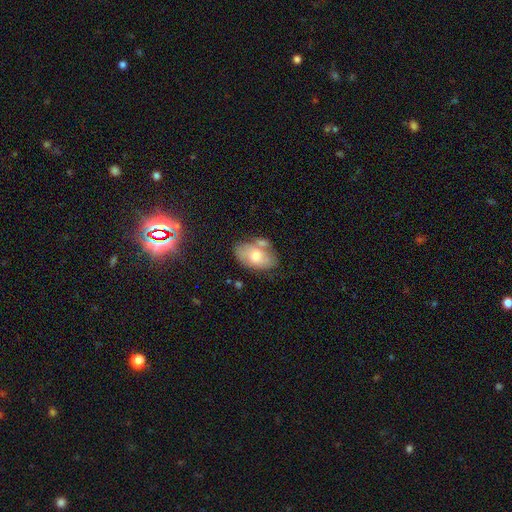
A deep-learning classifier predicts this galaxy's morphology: Smooth or featured?
  - smooth: 65% *
  - featured or disk: 28%
  - star or artifact: 7%
How rounded?
  - in between: 91% *
  - round: 8%
  - cigar-shaped: 1%
Merging?
  - none: 49% *
  - merger: 23%
  - minor disturbance: 21%
  - major disturbance: 7%